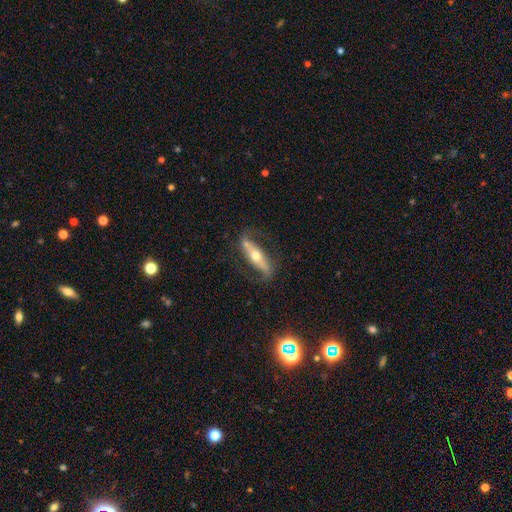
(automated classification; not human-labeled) Smooth or featured?
  - featured or disk: 78% *
  - smooth: 16%
  - star or artifact: 5%
Edge-on disk?
  - no: 58% *
  - yes: 42%
Merging?
  - none: 72% *
  - minor disturbance: 16%
  - major disturbance: 10%
  - merger: 2%